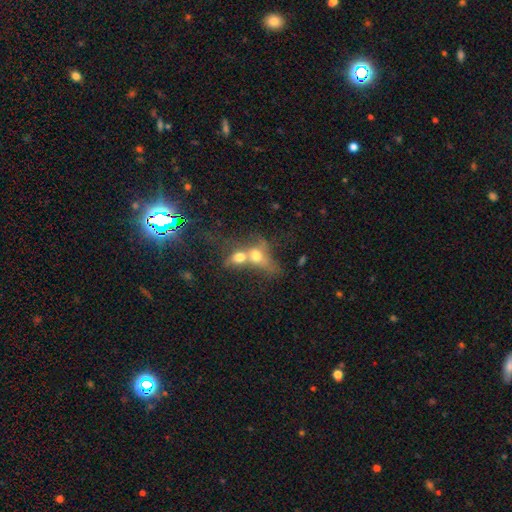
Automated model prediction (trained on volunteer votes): A smooth galaxy with no disk features (59%) that is in between round and cigar-shaped (59%).

Vote fractions:
- Smooth or featured? smooth: 59% / featured or disk: 27% / star or artifact: 14%
- How rounded? in between: 59% / round: 35% / cigar-shaped: 6%
- Merging? merger: 77% / none: 10% / major disturbance: 8% / minor disturbance: 5%